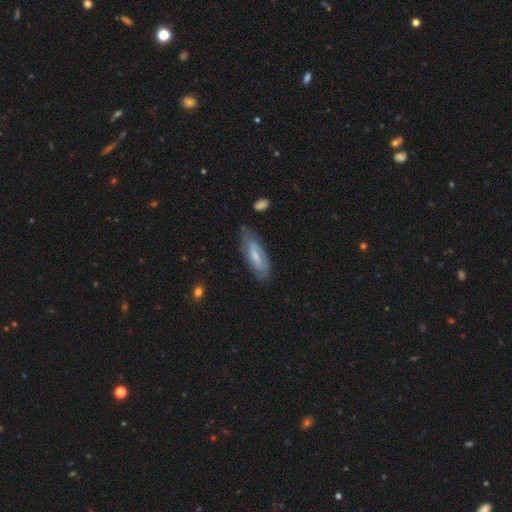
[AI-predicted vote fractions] A featured or disk galaxy (51%).

Vote fractions:
- Smooth or featured? featured or disk: 51% / smooth: 43% / star or artifact: 7%
- Edge-on disk? no: 79% / yes: 21%
- Merging? none: 65% / minor disturbance: 25% / major disturbance: 7% / merger: 2%